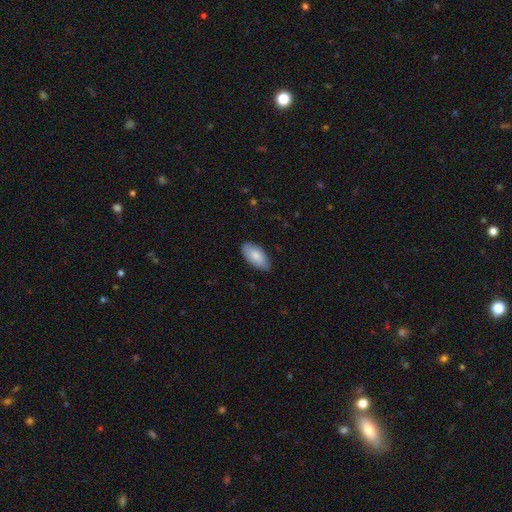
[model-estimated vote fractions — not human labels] smooth_or_featured: smooth (p=0.83) [alt: featured or disk p=0.11]
how_rounded: in between (p=0.93) [alt: cigar-shaped p=0.05]
merging: none (p=0.83) [alt: minor disturbance p=0.14]